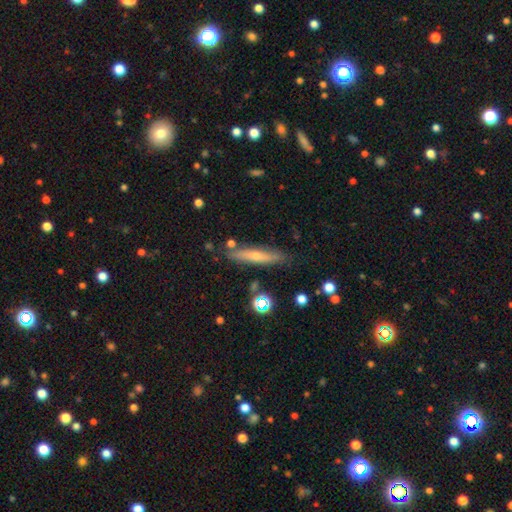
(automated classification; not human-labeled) Smooth or featured: featured or disk — 47% (smooth — 45%)
Merging: none — 82% (minor disturbance — 12%)